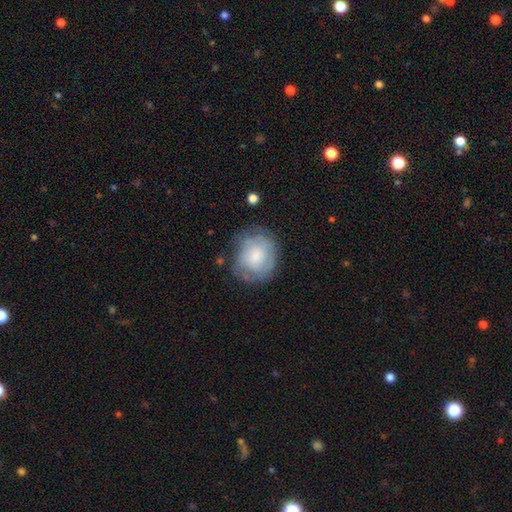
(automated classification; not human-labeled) Smooth or featured? smooth (52%)
How rounded? round (69%)
Merging? none (63%)